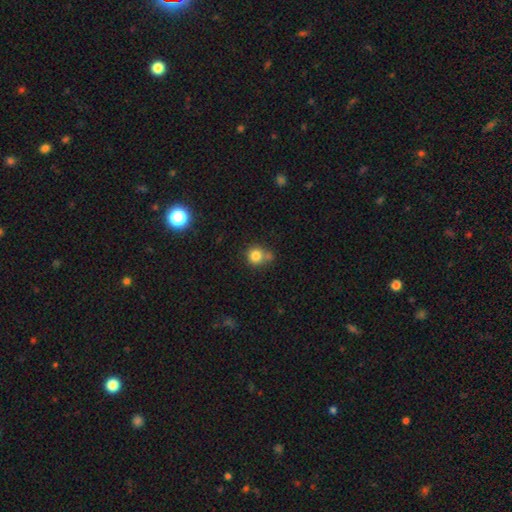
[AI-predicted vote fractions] A smooth galaxy with no disk features (81%) that is round (88%).

Vote fractions:
- Smooth or featured? smooth: 81% / star or artifact: 12% / featured or disk: 8%
- How rounded? round: 88% / in between: 11% / cigar-shaped: 1%
- Merging? none: 55% / merger: 23% / minor disturbance: 16% / major disturbance: 6%